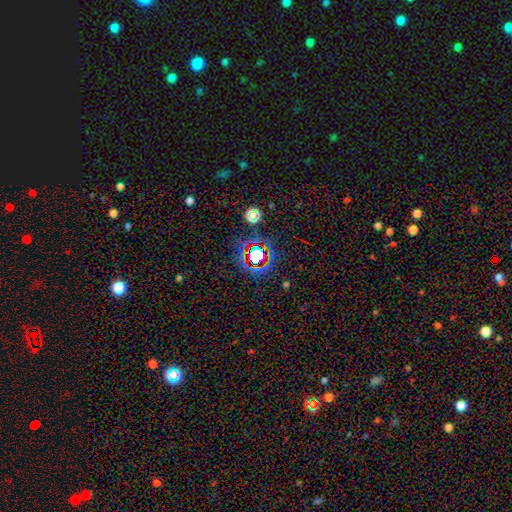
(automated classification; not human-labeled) Smooth or featured: star or artifact — 64% (smooth — 25%)